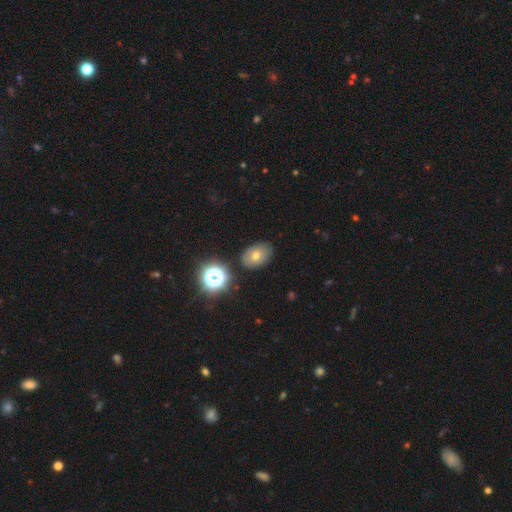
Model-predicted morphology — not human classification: Smooth or featured: smooth — 67% (featured or disk — 18%)
How rounded: in between — 73% (round — 26%)
Merging: none — 81% (minor disturbance — 12%)